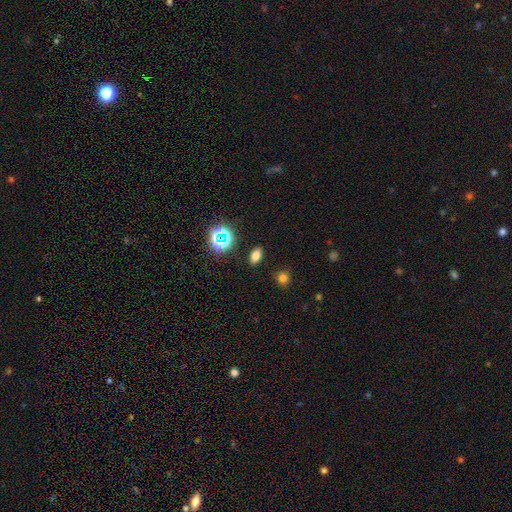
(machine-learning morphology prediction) Smooth or featured? smooth (70%)
How rounded? in between (83%)
Merging? none (89%)